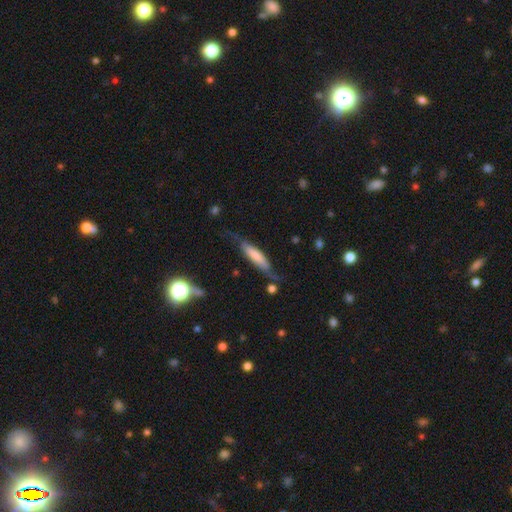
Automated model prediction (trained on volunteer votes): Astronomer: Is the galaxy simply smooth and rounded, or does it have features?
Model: smooth — 59% (runner-up: featured or disk, 35%).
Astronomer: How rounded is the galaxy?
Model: cigar-shaped — 74%.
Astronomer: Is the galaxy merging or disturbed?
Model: none — 57%.